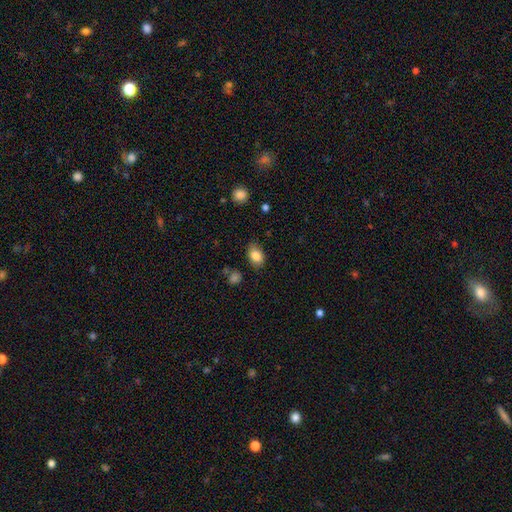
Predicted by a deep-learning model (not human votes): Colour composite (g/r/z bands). It shows a smooth galaxy with no disk features (85%) that is in between round and cigar-shaped (81%). Merging: none (79%).